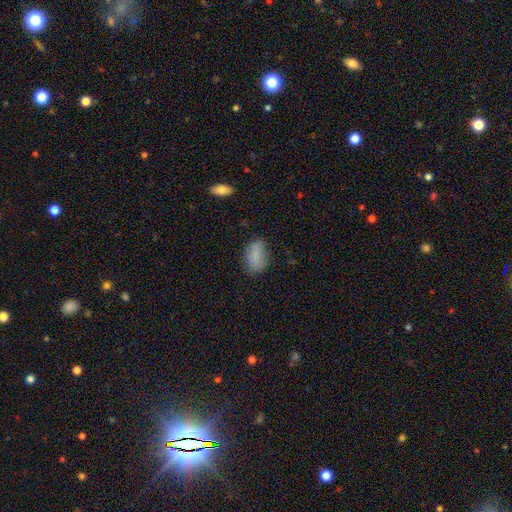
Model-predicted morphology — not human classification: smooth_or_featured: smooth (p=0.83) [alt: star or artifact p=0.09]
how_rounded: in between (p=0.89) [alt: round p=0.09]
merging: none (p=0.69) [alt: minor disturbance p=0.23]